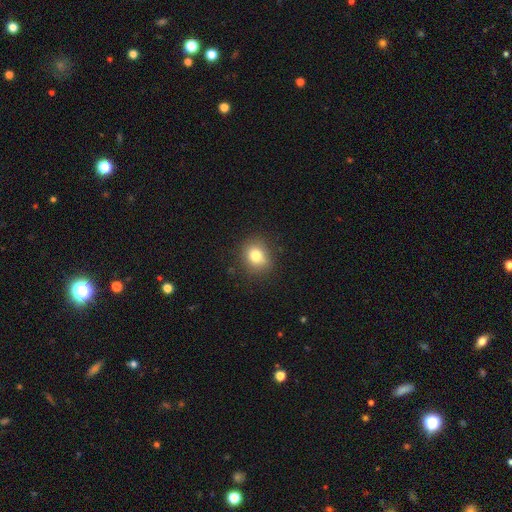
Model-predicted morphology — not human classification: smooth 78%, star or artifact 12%, featured or disk 10%. Down the decision tree: how rounded — round (67%); merging — none (81%).